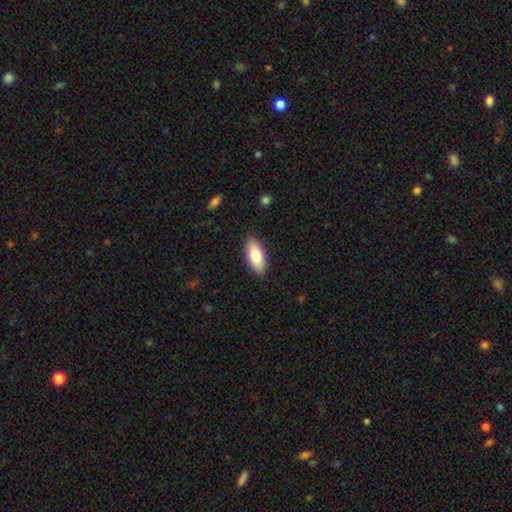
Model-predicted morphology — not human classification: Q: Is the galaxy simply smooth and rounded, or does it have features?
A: smooth — 78%.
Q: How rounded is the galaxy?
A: in between — 85%.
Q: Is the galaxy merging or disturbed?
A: none — 88%.